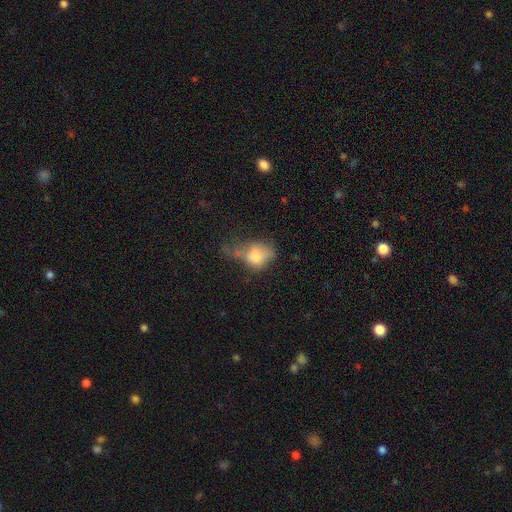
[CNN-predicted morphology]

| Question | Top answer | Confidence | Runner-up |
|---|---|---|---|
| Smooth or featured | smooth | 65% | featured or disk (24%) |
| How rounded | in between | 65% | round (32%) |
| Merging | major disturbance | 41% | minor disturbance (27%) |